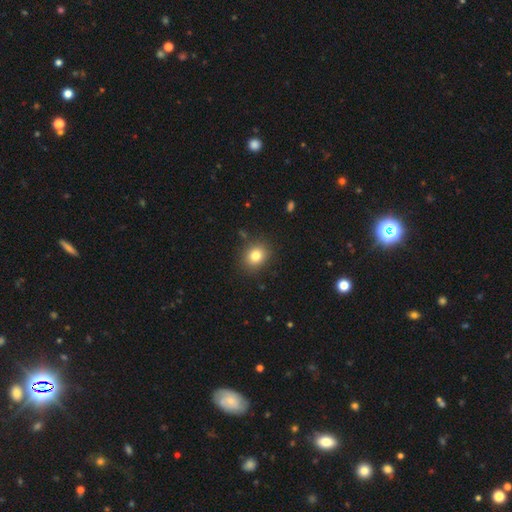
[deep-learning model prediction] A smooth galaxy with no disk features (82%) that is round (63%). Merging: none (87%).